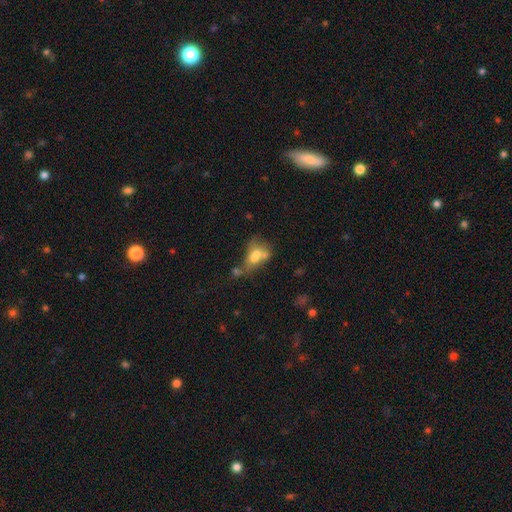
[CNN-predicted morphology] Smooth or featured?
  - smooth: 62% *
  - featured or disk: 27%
  - star or artifact: 11%
How rounded?
  - in between: 80% *
  - round: 16%
  - cigar-shaped: 4%
Merging?
  - merger: 50% *
  - none: 22%
  - minor disturbance: 14%
  - major disturbance: 14%